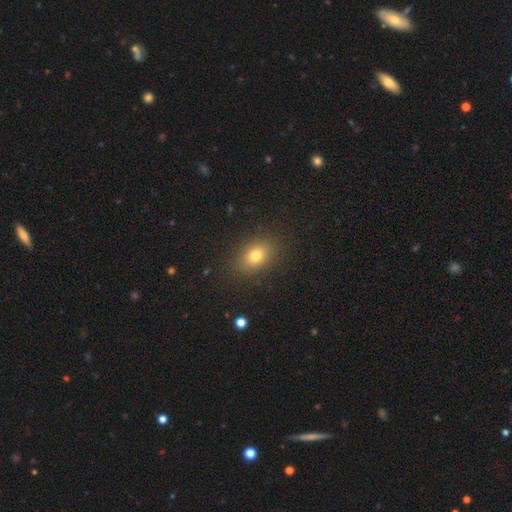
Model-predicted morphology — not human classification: A smooth galaxy with no disk features (76%) that is in between round and cigar-shaped (71%).

Vote fractions:
- Smooth or featured? smooth: 76% / star or artifact: 13% / featured or disk: 11%
- How rounded? in between: 71% / round: 28% / cigar-shaped: 2%
- Merging? none: 87% / minor disturbance: 9% / major disturbance: 3% / merger: 1%